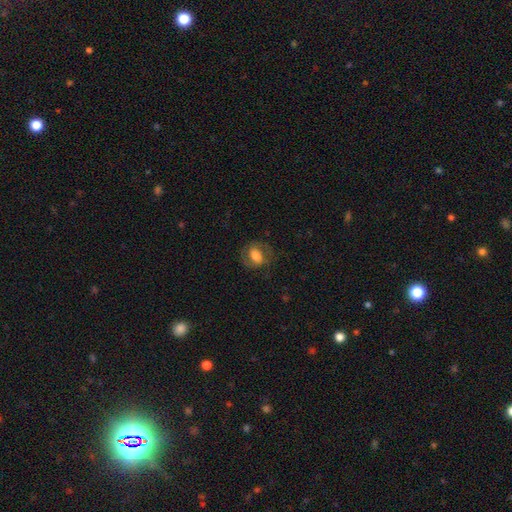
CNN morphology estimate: The model was most divided on "smooth or featured": smooth: 54%, featured or disk: 38%, star or artifact: 8%. More confident: merging — none (68%); how rounded — in between (64%).